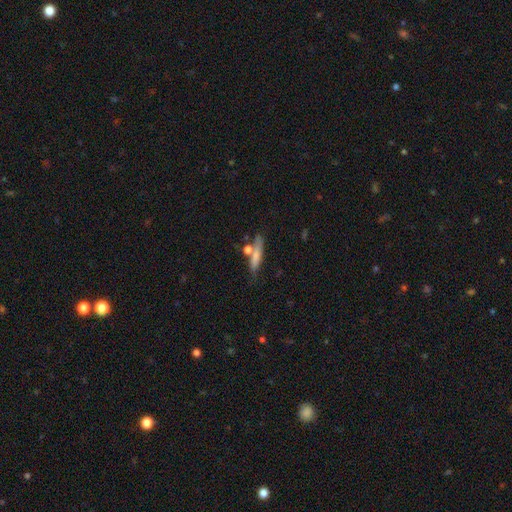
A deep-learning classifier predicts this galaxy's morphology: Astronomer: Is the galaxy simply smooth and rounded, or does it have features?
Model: smooth — 68%.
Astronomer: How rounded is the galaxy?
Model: cigar-shaped — 79%.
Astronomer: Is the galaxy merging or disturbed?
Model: none — 60%.